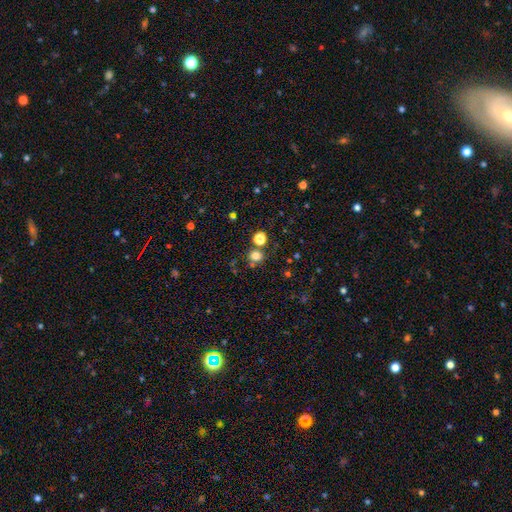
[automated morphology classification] Q: Smooth or featured?
A: smooth (77%); runner-up: star or artifact (17%)
Q: How rounded?
A: round (81%); runner-up: in between (18%)
Q: Merging?
A: none (71%); runner-up: merger (16%)